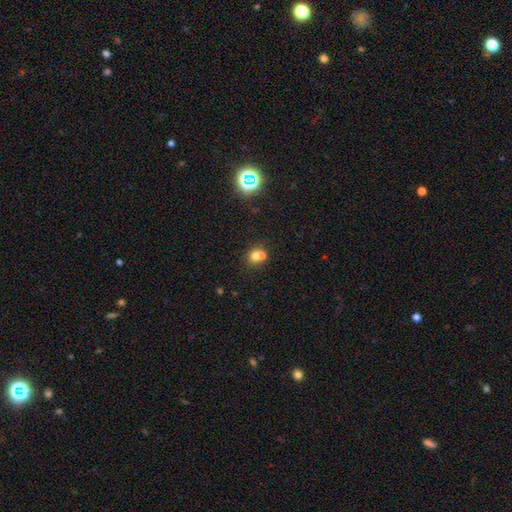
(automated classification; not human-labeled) smooth 68%, star or artifact 17%, featured or disk 15%. Down the decision tree: how rounded — round (75%); merging — merger (54%).